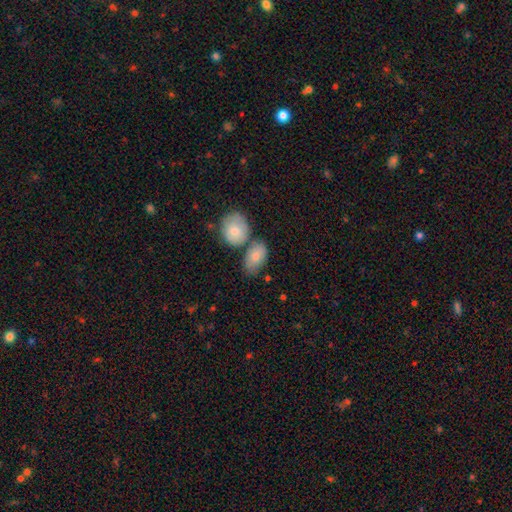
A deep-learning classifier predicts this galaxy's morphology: Smooth or featured? Predicted: smooth (p=0.80). How rounded? Predicted: in between (p=0.88). Merging? Predicted: none (p=0.48).